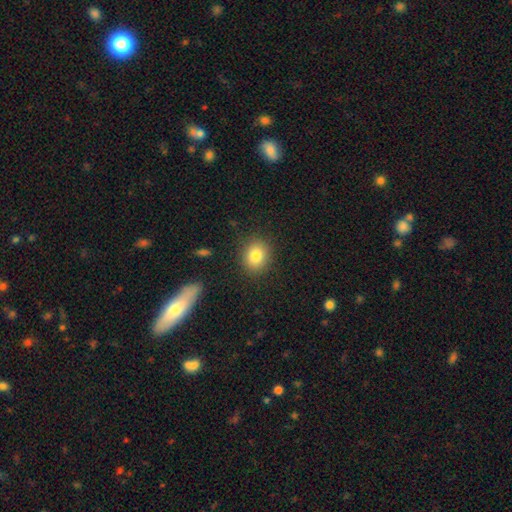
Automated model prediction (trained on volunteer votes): smooth-or-featured: smooth: 82% | star or artifact: 10% | featured or disk: 8%
  how-rounded: round: 66% | in between: 33% | cigar-shaped: 1%
  merging: none: 87% | minor disturbance: 9% | major disturbance: 3% | merger: 1%